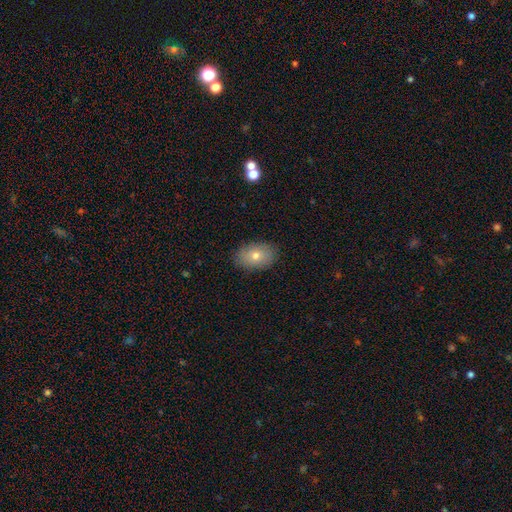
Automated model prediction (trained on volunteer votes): This is likely a smooth galaxy (73%). How rounded: clearly in between (86%). Merging: clearly none (87%).